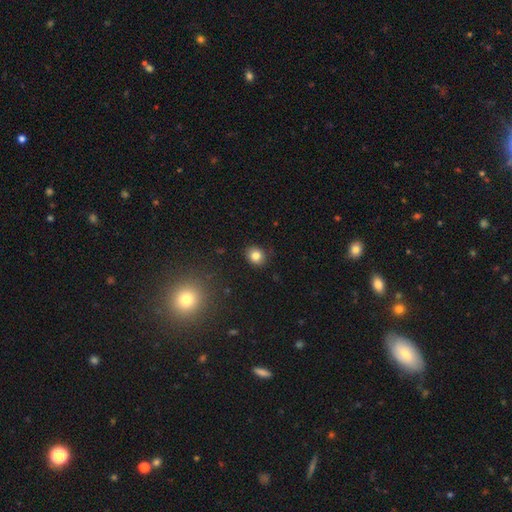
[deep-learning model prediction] smooth_or_featured: smooth (p=0.82) [alt: star or artifact p=0.11]
how_rounded: round (p=0.70) [alt: in between p=0.29]
merging: none (p=0.88) [alt: minor disturbance p=0.09]